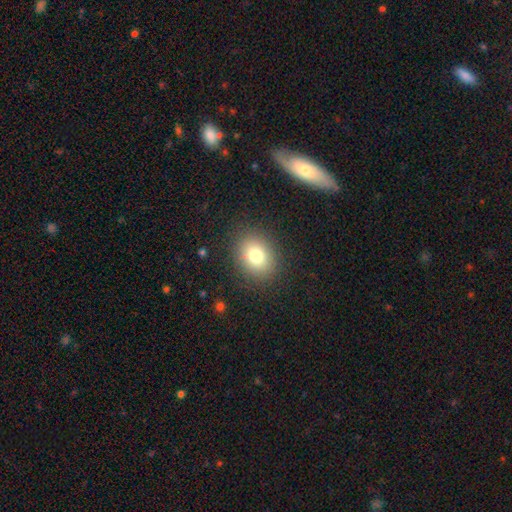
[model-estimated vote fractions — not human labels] Smooth or featured: smooth — 77% (star or artifact — 12%)
How rounded: round — 51% (in between — 48%)
Merging: none — 86% (minor disturbance — 9%)